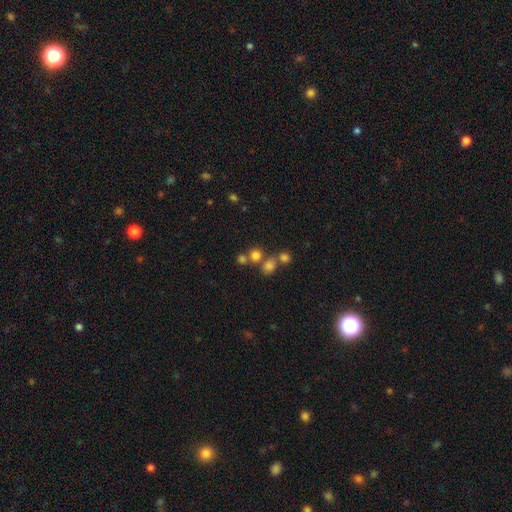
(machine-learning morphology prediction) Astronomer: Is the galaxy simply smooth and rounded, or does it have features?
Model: smooth — 72%.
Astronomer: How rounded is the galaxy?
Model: round — 83%.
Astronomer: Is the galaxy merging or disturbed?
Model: none — 55% (runner-up: merger, 33%).